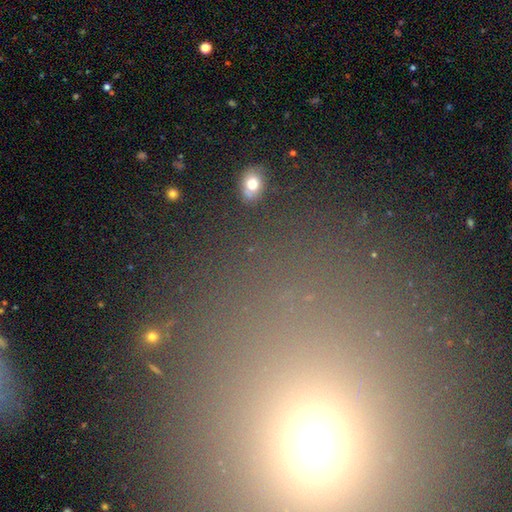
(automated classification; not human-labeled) Morphology: type=star or artifact (49%).